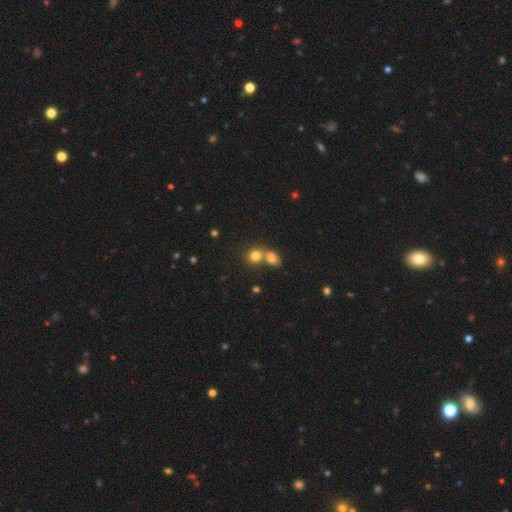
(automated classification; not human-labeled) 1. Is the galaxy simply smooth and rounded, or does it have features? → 79% smooth, 11% star or artifact, 10% featured or disk.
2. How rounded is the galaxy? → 68% round, 30% in between, 1% cigar-shaped.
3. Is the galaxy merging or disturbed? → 59% merger, 32% none, 6% minor disturbance, 3% major disturbance.